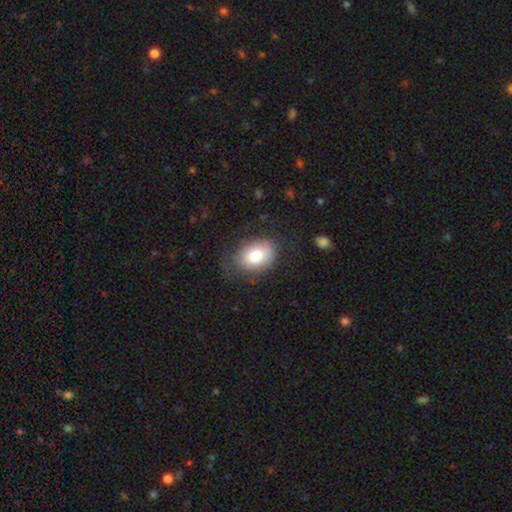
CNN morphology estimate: type=smooth (77%); roundness=in between (76%); merging=none (67%).